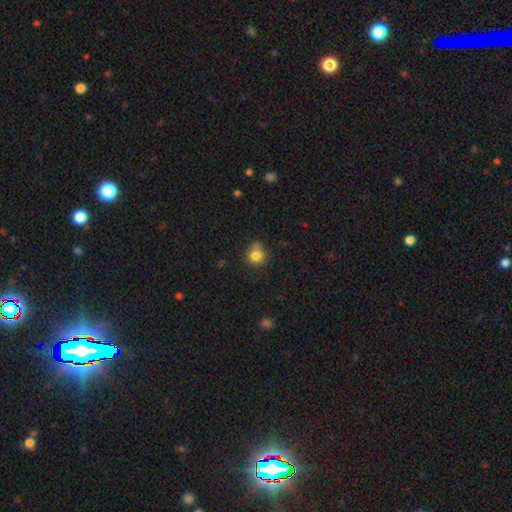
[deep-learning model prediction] A smooth galaxy with no disk features (82%) that is round (79%).

Vote fractions:
- Smooth or featured? smooth: 82% / star or artifact: 11% / featured or disk: 7%
- How rounded? round: 79% / in between: 20% / cigar-shaped: 1%
- Merging? none: 59% / minor disturbance: 29% / major disturbance: 8% / merger: 4%